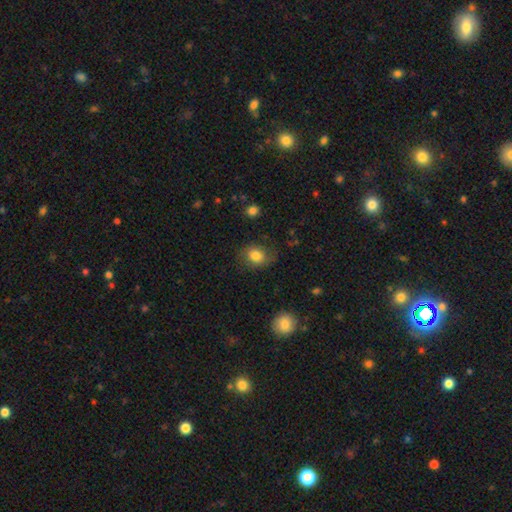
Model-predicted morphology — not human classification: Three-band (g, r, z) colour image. It shows a smooth galaxy with no disk features (81%) that is round (58%). Merging: none (71%).